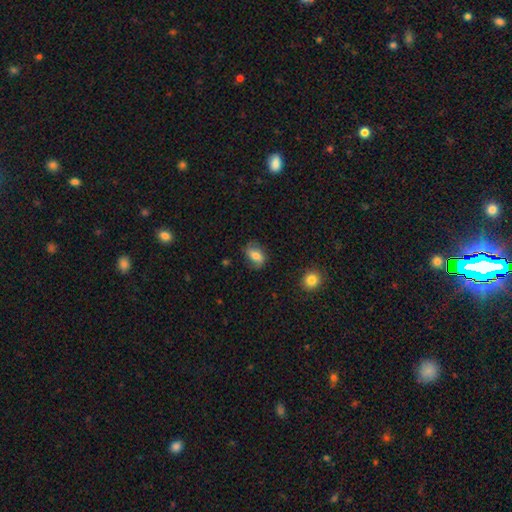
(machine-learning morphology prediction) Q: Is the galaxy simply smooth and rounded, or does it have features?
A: smooth — 56%.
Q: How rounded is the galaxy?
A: in between — 77%.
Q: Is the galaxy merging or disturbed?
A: none — 71%.